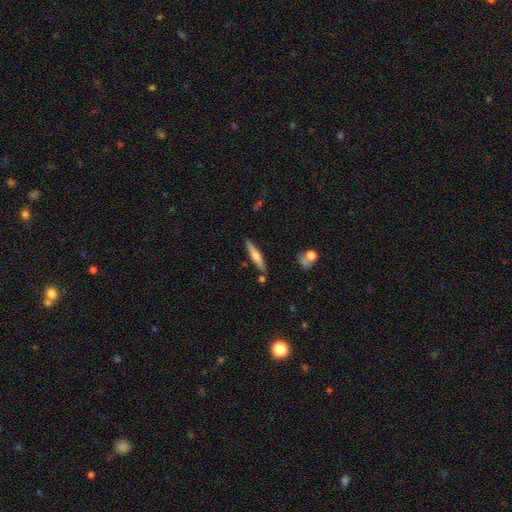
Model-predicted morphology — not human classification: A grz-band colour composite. It shows a smooth galaxy with no disk features (49%). Merging: none (85%).